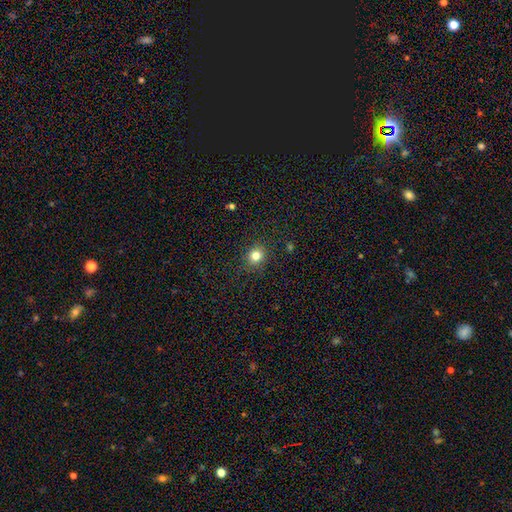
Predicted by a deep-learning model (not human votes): This is clearly a smooth galaxy (81%). How rounded: clearly round (83%). Merging: clearly none (89%).